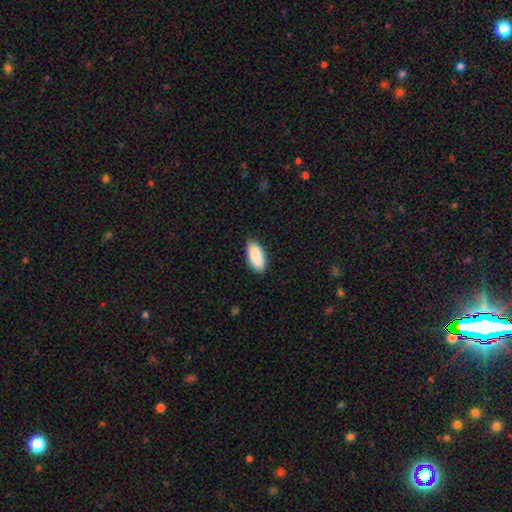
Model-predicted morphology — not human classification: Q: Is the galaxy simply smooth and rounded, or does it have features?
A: smooth — 90%.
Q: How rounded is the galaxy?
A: in between — 88%.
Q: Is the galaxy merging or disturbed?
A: none — 86%.